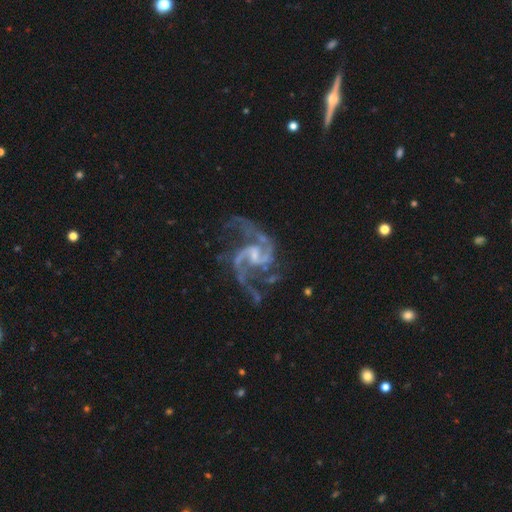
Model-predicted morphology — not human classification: Overall: featured or disk (92%). Edge-on disk: no (98%). Bar: weak (54%; no 27%). Spiral arms: yes (98%). Spiral arm count: 2 (74%). Spiral winding: medium (54%; loose 35%). Bulge size: small (53%; moderate 26%). Merging: none (65%).